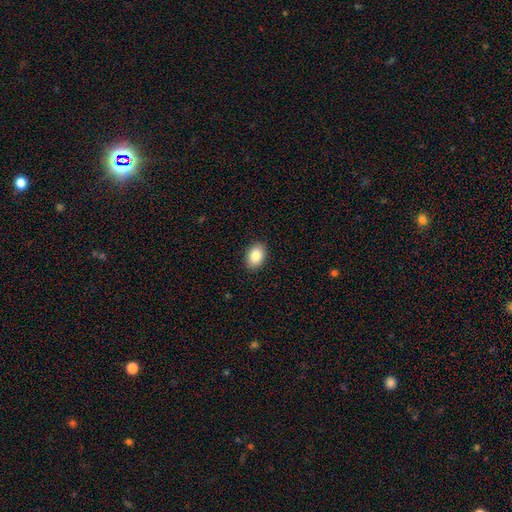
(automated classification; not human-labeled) Smooth or featured: smooth — 86% (star or artifact — 8%)
How rounded: in between — 81% (round — 18%)
Merging: none — 90% (minor disturbance — 7%)